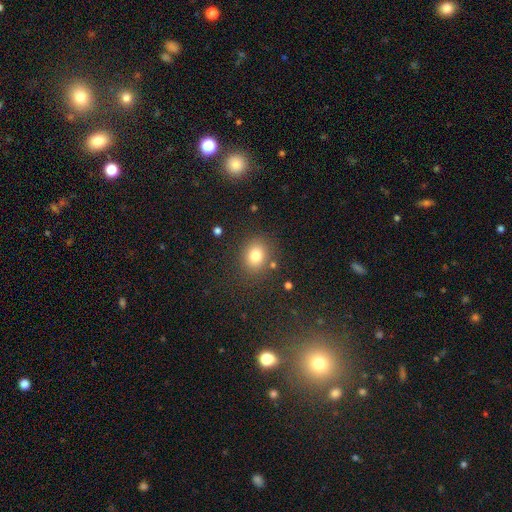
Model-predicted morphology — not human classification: smooth 80%, star or artifact 13%, featured or disk 8%. Down the decision tree: how rounded — round (62%); merging — none (82%).